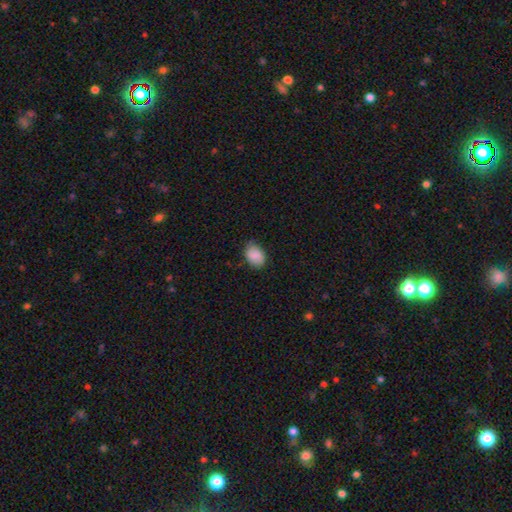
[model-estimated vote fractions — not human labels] This appears to be a smooth galaxy with no disk features (86%) that is in between round and cigar-shaped (77%). Merging: none (76%).